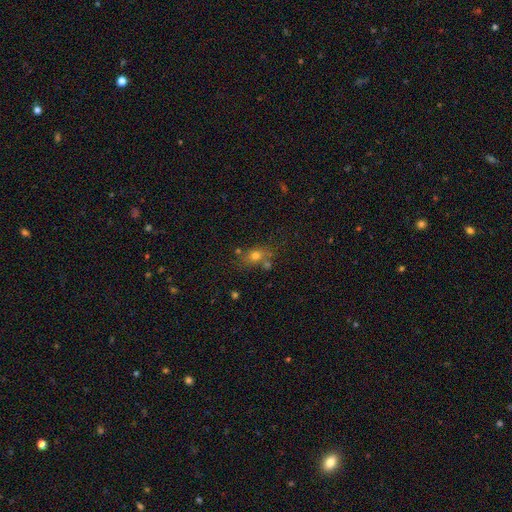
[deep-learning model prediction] The model was most divided on "how rounded": in between: 50%, round: 46%, cigar-shaped: 4%. More confident: smooth or featured — smooth (69%); merging — none (62%).